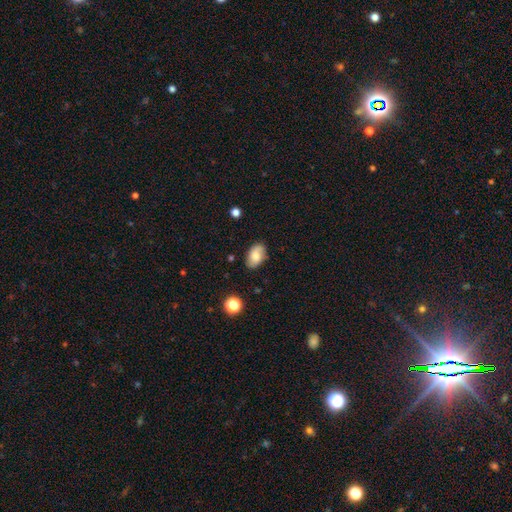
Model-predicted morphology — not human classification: This appears to be a smooth galaxy with no disk features (74%) that is in between round and cigar-shaped (91%). Merging: none (80%).